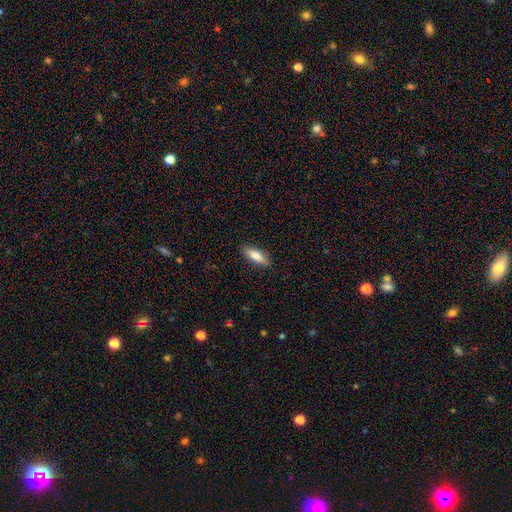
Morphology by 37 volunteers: smooth 70%, featured or disk 24%, star or artifact 5%. Down the decision tree: how rounded — in between (54%); merging — none (91%).